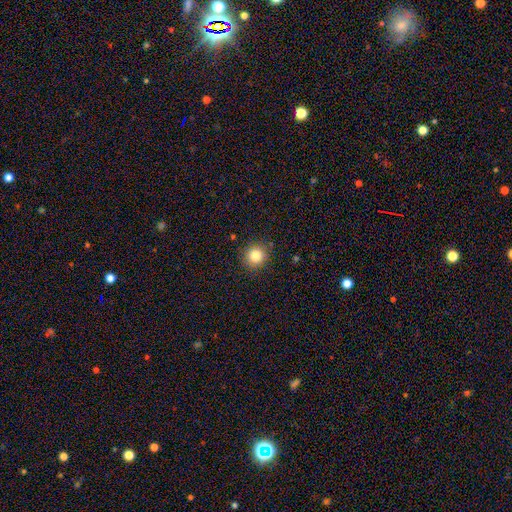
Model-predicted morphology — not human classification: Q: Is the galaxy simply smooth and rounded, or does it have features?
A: smooth — 82%.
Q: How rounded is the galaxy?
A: round — 90%.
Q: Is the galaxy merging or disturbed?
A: none — 90%.